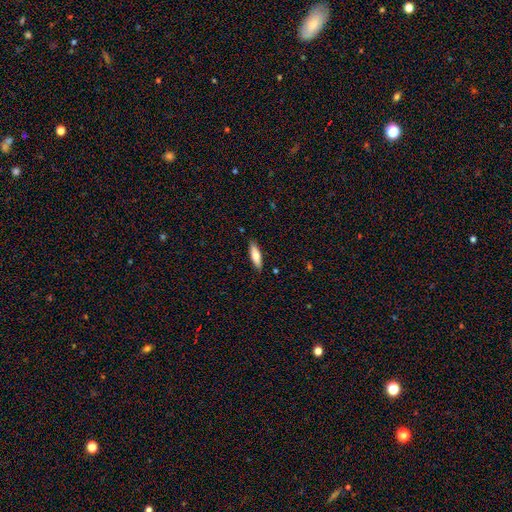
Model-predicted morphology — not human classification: Q: Smooth or featured?
A: smooth (72%); runner-up: featured or disk (22%)
Q: How rounded?
A: cigar-shaped (59%); runner-up: in between (40%)
Q: Merging?
A: none (87%); runner-up: minor disturbance (10%)